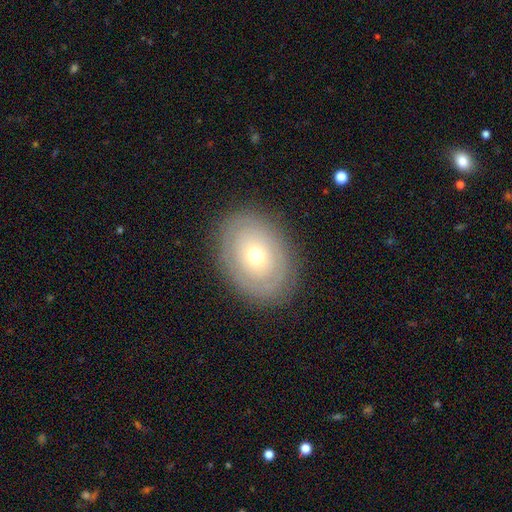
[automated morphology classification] smooth 47%, featured or disk 45%, star or artifact 8%. Down the decision tree: merging — none (83%).